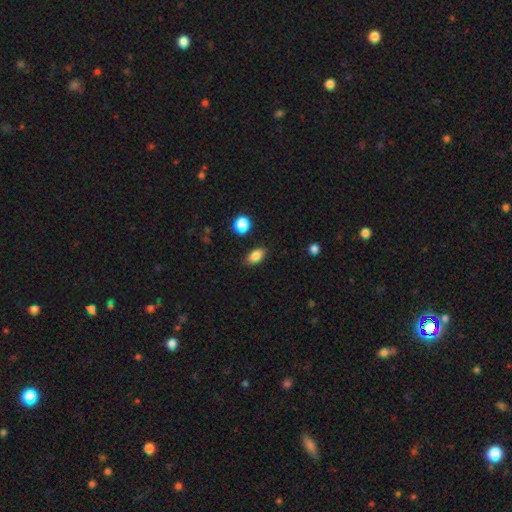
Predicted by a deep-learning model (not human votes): smooth 85%, star or artifact 9%, featured or disk 5%. Down the decision tree: how rounded — in between (86%); merging — none (85%).